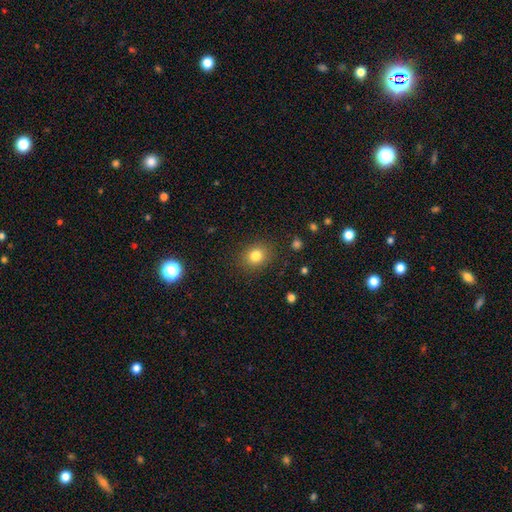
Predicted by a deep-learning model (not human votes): A smooth galaxy with no disk features (81%) that is round (67%).

Vote fractions:
- Smooth or featured? smooth: 81% / star or artifact: 12% / featured or disk: 7%
- How rounded? round: 67% / in between: 32% / cigar-shaped: 1%
- Merging? none: 87% / minor disturbance: 8% / major disturbance: 3% / merger: 1%